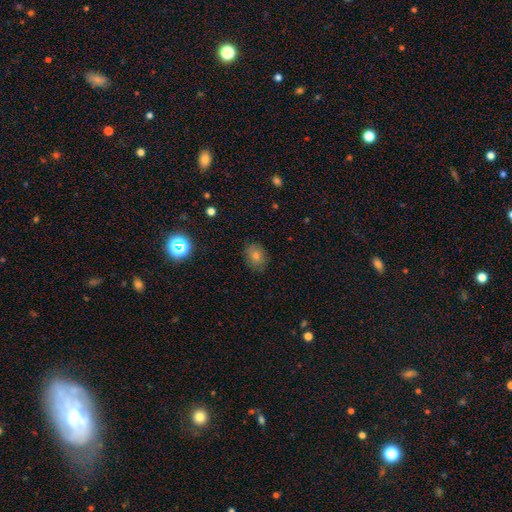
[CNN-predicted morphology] smooth-or-featured: smooth: 70% | star or artifact: 18% | featured or disk: 12%
  how-rounded: in between: 53% | round: 46% | cigar-shaped: 1%
  merging: none: 86% | minor disturbance: 10% | major disturbance: 3% | merger: 1%